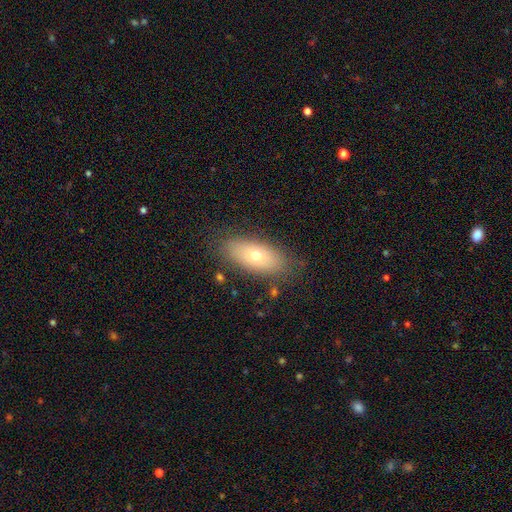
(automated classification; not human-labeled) A smooth galaxy with no disk features (68%) that is in between round and cigar-shaped (84%). Merging: none (82%).